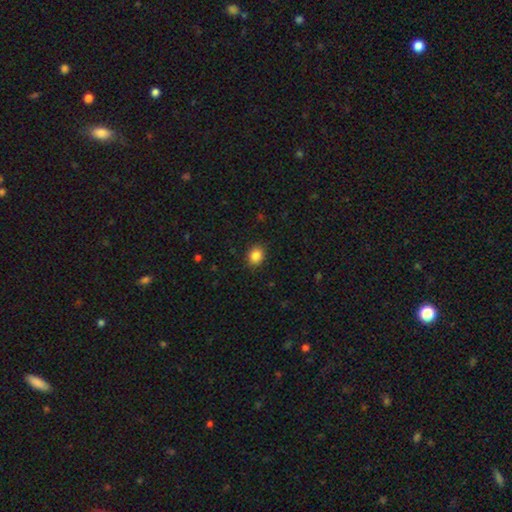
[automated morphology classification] A smooth galaxy with no disk features (86%) that is round (61%). Merging: none (88%).